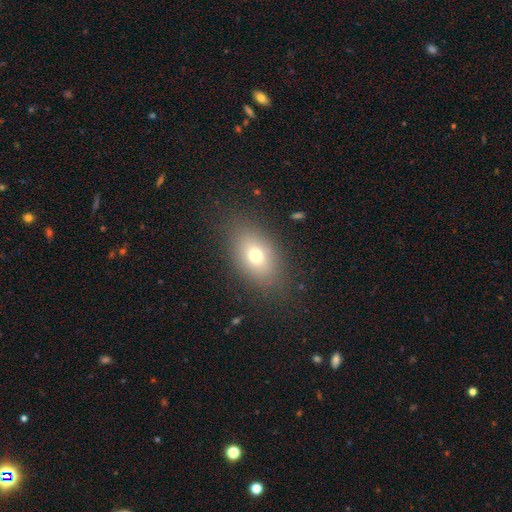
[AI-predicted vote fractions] The model was most divided on "smooth or featured": smooth: 71%, featured or disk: 16%, star or artifact: 12%. More confident: merging — none (82%); how rounded — in between (82%).